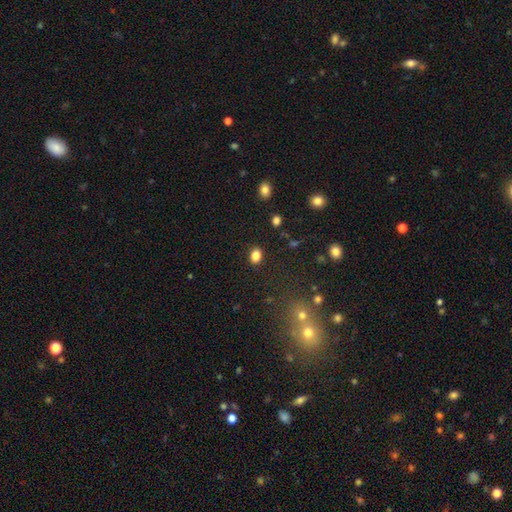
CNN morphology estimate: Smooth or featured?
  - smooth: 84% *
  - star or artifact: 11%
  - featured or disk: 5%
How rounded?
  - in between: 68% *
  - round: 30%
  - cigar-shaped: 1%
Merging?
  - none: 86% *
  - minor disturbance: 9%
  - major disturbance: 3%
  - merger: 2%